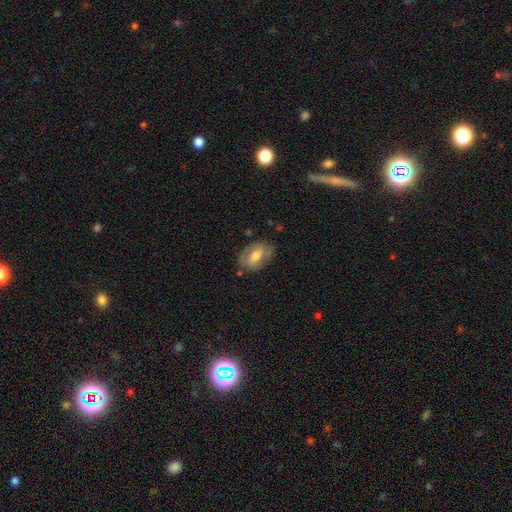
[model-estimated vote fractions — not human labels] A smooth galaxy with no disk features (50%). Merging: none (73%).